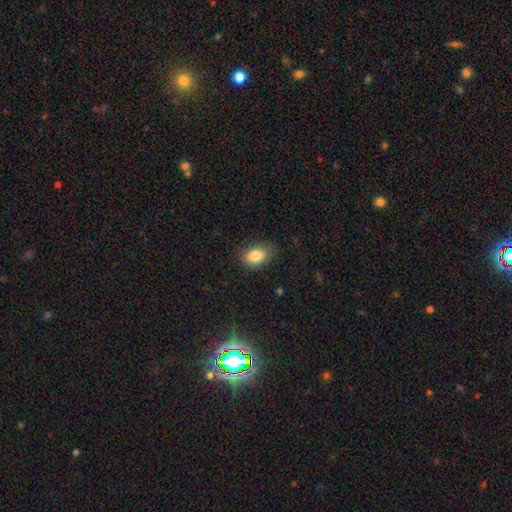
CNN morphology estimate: A smooth galaxy with no disk features (85%) that is in between round and cigar-shaped (88%). Merging: none (78%).